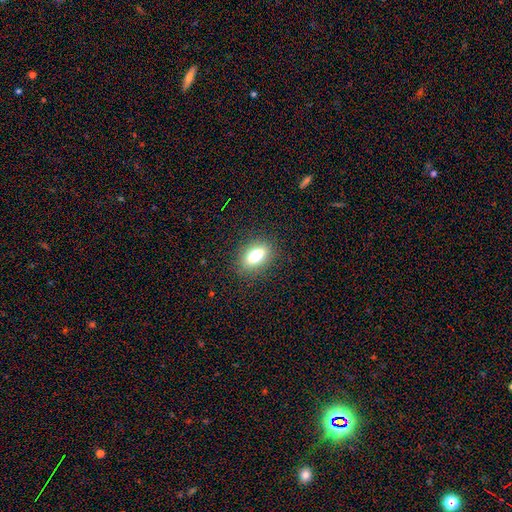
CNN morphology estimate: Smooth or featured: smooth — 75% (featured or disk — 14%)
How rounded: in between — 80% (round — 10%)
Merging: none — 85% (minor disturbance — 10%)